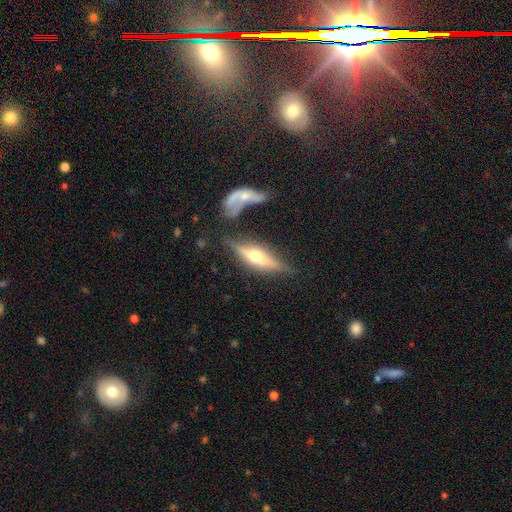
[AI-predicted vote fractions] Overall: featured or disk (72%). Edge-on disk: yes (93%). Edge-on bulge: rounded (93%). Merging: none (71%).